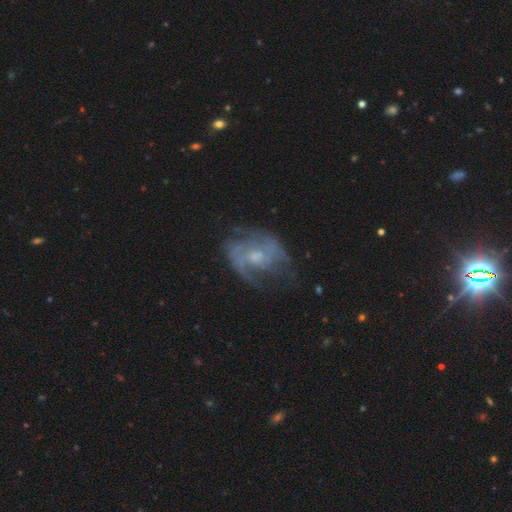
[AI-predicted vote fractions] This is likely a featured or disk galaxy (77%). It is clearly not viewed edge-on (97%). Bar: likely no (61%). Spiral arm pattern: clearly yes (83%). Spiral arm count: possibly 2 (53%). Spiral winding: possibly medium (46%). Central bulge: possibly moderate (48%). Merging: possibly none (56%).